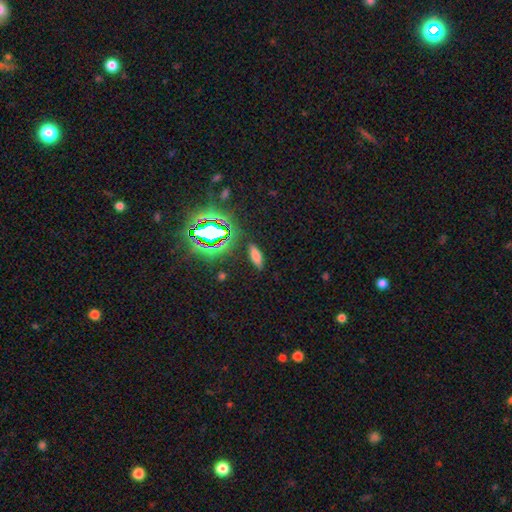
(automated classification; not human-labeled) Smooth or featured: smooth — 67% (star or artifact — 22%)
How rounded: in between — 58% (cigar-shaped — 37%)
Merging: none — 86% (minor disturbance — 9%)